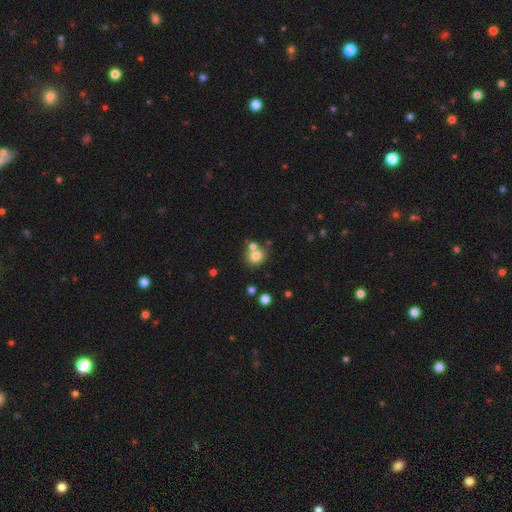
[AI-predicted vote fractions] This is likely a smooth galaxy (77%). How rounded: likely round (76%). Merging: possibly none (58%).